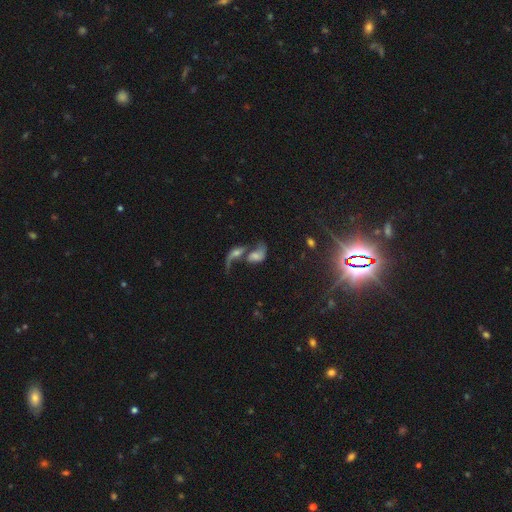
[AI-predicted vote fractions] Smooth or featured? Predicted: featured or disk (p=0.55). Edge-on disk? Predicted: no (p=0.94). Bar? Predicted: no (p=0.66). Spiral arms? Predicted: yes (p=0.71). Bulge size? Predicted: moderate (p=0.36). Merging? Predicted: merger (p=0.73).